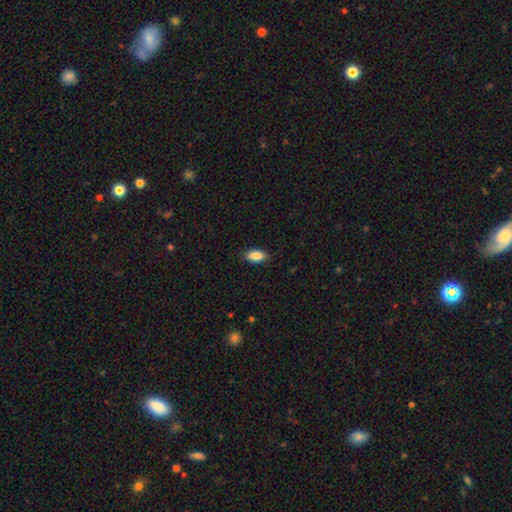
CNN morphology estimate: Smooth or featured? smooth (89%)
How rounded? in between (91%)
Merging? none (87%)